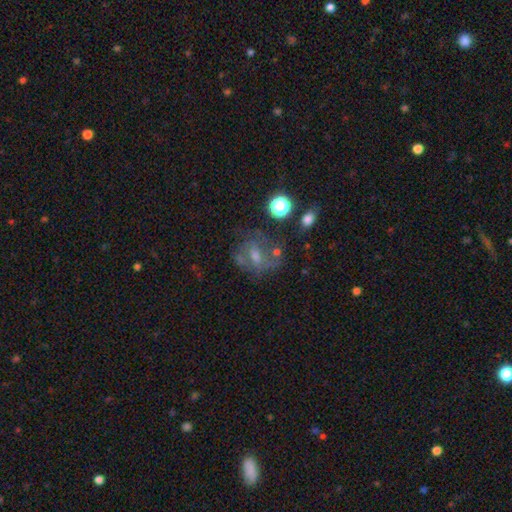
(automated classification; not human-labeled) Smooth or featured? featured or disk (47%)
Merging? none (52%)